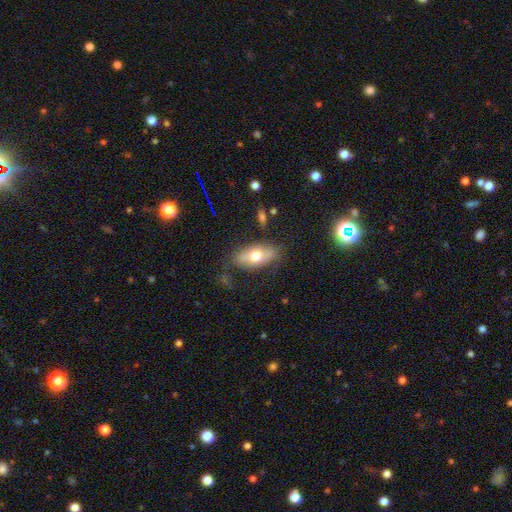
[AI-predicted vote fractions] Q: Smooth or featured?
A: smooth (64%); runner-up: featured or disk (29%)
Q: How rounded?
A: in between (88%); runner-up: cigar-shaped (7%)
Q: Merging?
A: none (68%); runner-up: minor disturbance (20%)